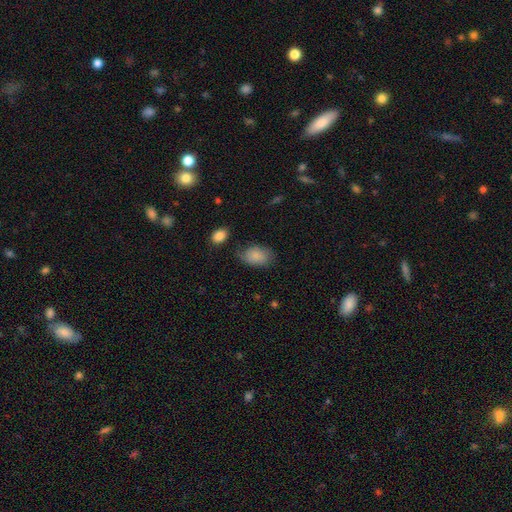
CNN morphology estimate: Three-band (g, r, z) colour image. It shows a smooth galaxy with no disk features (84%) that is in between round and cigar-shaped (88%). Merging: none (66%).